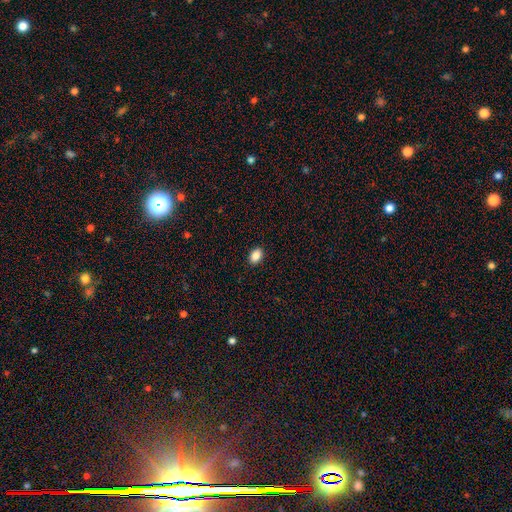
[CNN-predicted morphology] This is clearly a smooth galaxy (88%). How rounded: clearly in between (80%). Merging: clearly none (91%).